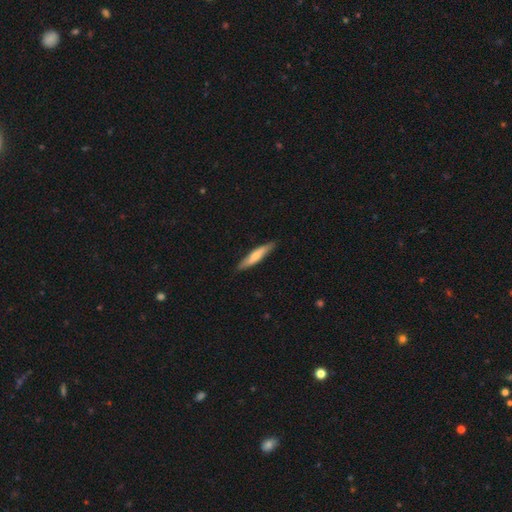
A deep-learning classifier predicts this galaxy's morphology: Smooth or featured? smooth (65%)
How rounded? cigar-shaped (87%)
Merging? none (87%)